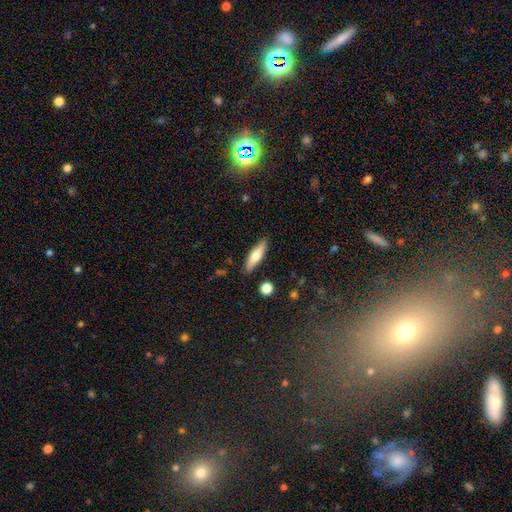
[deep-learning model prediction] A smooth galaxy with no disk features (62%) that is cigar-shaped (70%). Merging: none (88%).